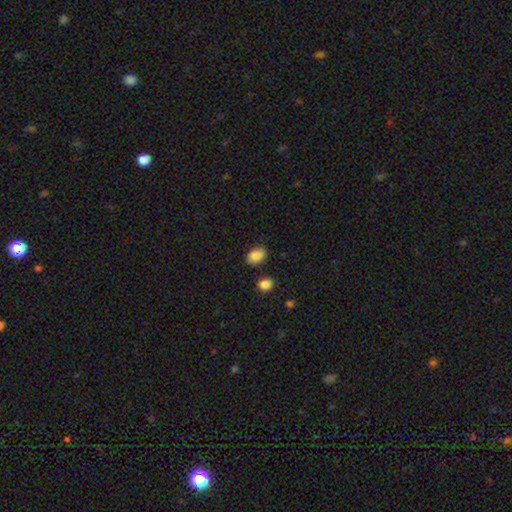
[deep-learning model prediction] smooth-or-featured: smooth: 88% | star or artifact: 8% | featured or disk: 4%
  how-rounded: in between: 81% | round: 18% | cigar-shaped: 1%
  merging: none: 83% | minor disturbance: 11% | merger: 4% | major disturbance: 3%